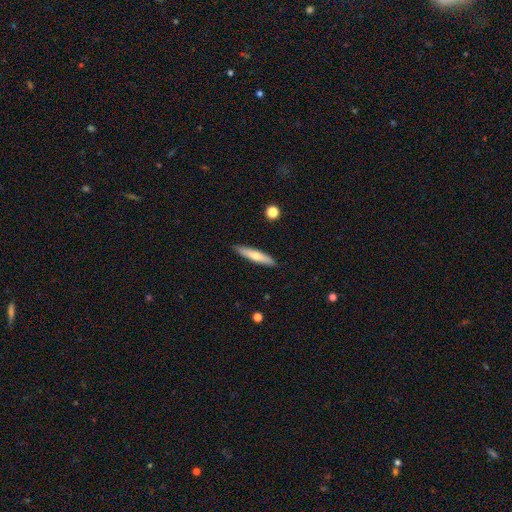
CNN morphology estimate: Smooth or featured? Predicted: smooth (p=0.55). How rounded? Predicted: cigar-shaped (p=0.86). Merging? Predicted: none (p=0.89).